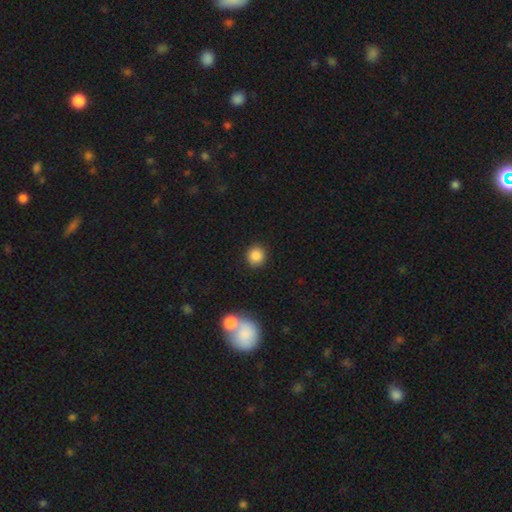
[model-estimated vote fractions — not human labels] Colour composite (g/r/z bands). It shows a smooth galaxy with no disk features (86%) that is round (89%). Merging: none (89%).